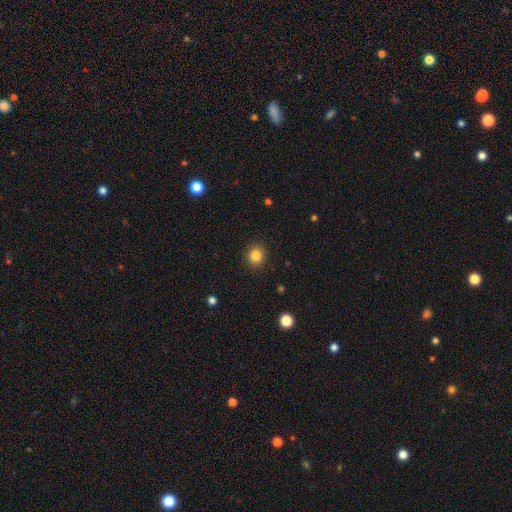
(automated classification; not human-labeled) This is clearly a smooth galaxy (84%). How rounded: likely round (80%). Merging: clearly none (90%).